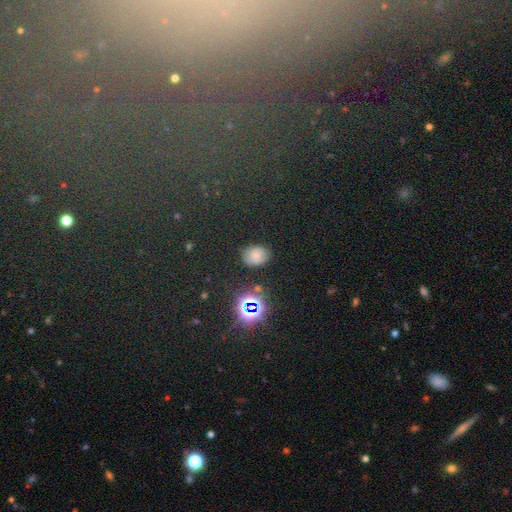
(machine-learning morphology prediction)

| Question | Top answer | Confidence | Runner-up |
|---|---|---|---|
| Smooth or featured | smooth | 64% | star or artifact (24%) |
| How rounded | in between | 61% | round (38%) |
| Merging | none | 79% | minor disturbance (15%) |